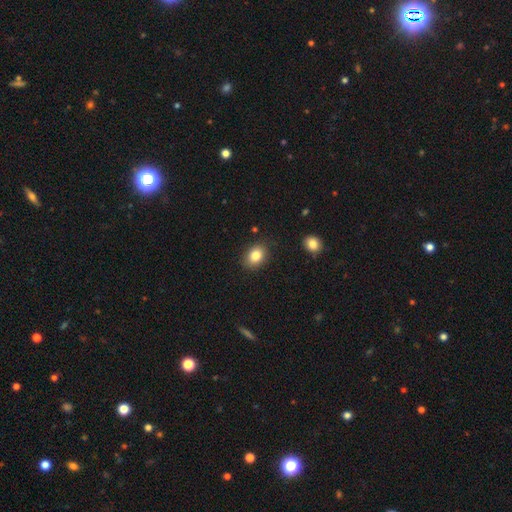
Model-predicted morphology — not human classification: smooth-or-featured: smooth: 84% | star or artifact: 9% | featured or disk: 7%
  how-rounded: in between: 66% | round: 33% | cigar-shaped: 1%
  merging: none: 86% | minor disturbance: 10% | major disturbance: 2% | merger: 2%